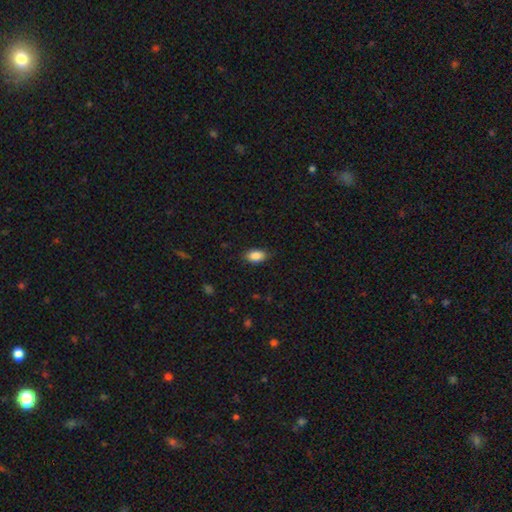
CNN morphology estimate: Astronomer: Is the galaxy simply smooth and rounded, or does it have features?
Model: smooth — 87%.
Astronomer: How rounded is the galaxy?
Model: in between — 89%.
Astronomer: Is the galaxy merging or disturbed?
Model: none — 80%.